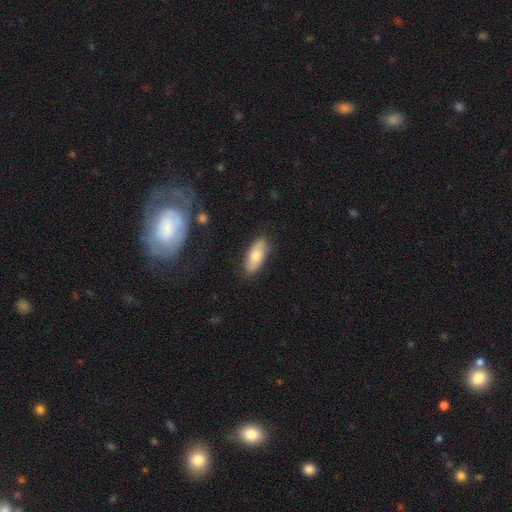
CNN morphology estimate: Smooth or featured?
  - smooth: 73% *
  - featured or disk: 21%
  - star or artifact: 6%
How rounded?
  - in between: 83% *
  - cigar-shaped: 15%
  - round: 3%
Merging?
  - none: 86% *
  - minor disturbance: 11%
  - major disturbance: 2%
  - merger: 1%